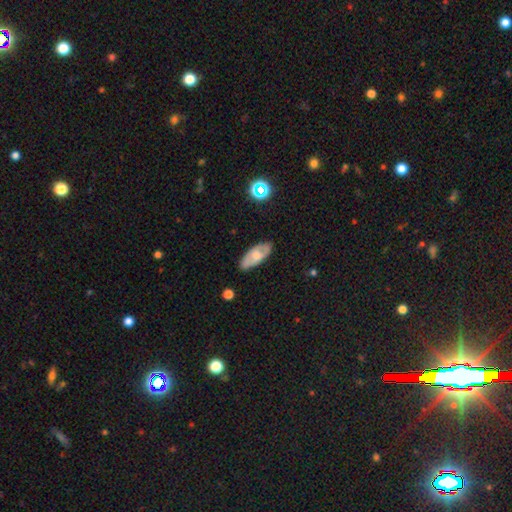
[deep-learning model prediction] smooth_or_featured: smooth (p=0.55) [alt: featured or disk p=0.39]
how_rounded: in between (p=0.85) [alt: cigar-shaped p=0.12]
merging: none (p=0.79) [alt: minor disturbance p=0.16]